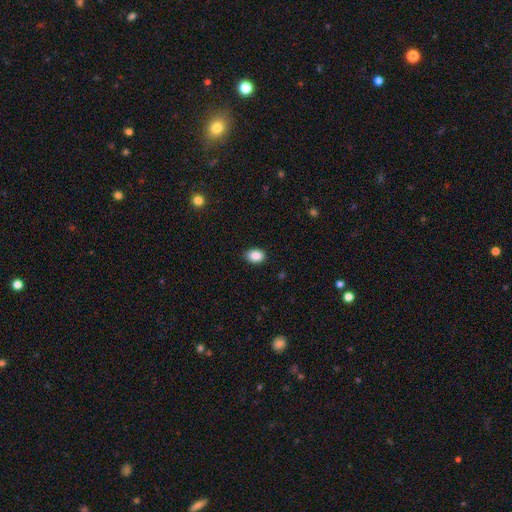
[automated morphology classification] smooth_or_featured: smooth (p=0.89) [alt: star or artifact p=0.08]
how_rounded: in between (p=0.77) [alt: round p=0.22]
merging: none (p=0.86) [alt: minor disturbance p=0.11]